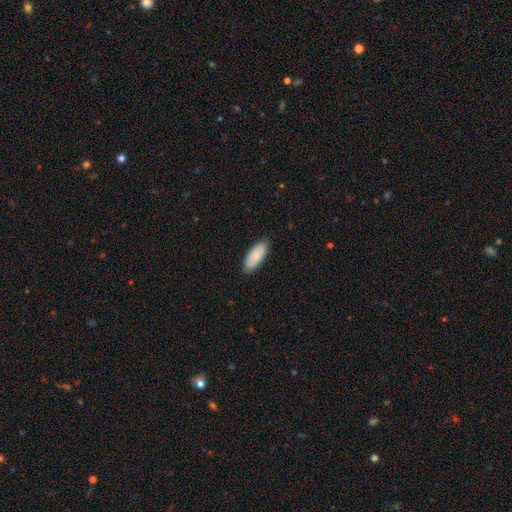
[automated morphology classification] A smooth galaxy with no disk features (86%) that is in between round and cigar-shaped (84%). Merging: none (87%).